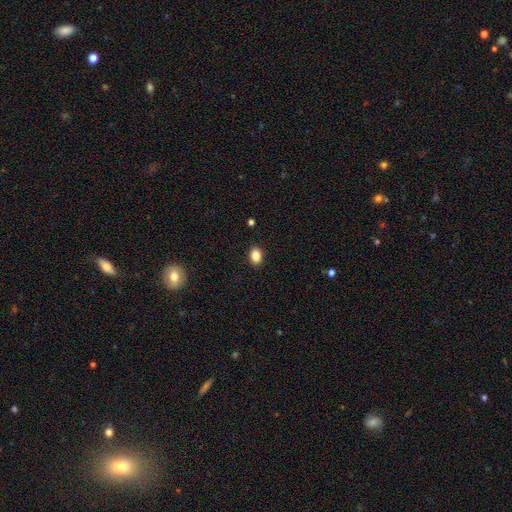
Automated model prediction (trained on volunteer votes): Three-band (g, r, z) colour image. It shows a smooth galaxy with no disk features (86%) that is in between round and cigar-shaped (79%). Merging: none (89%).